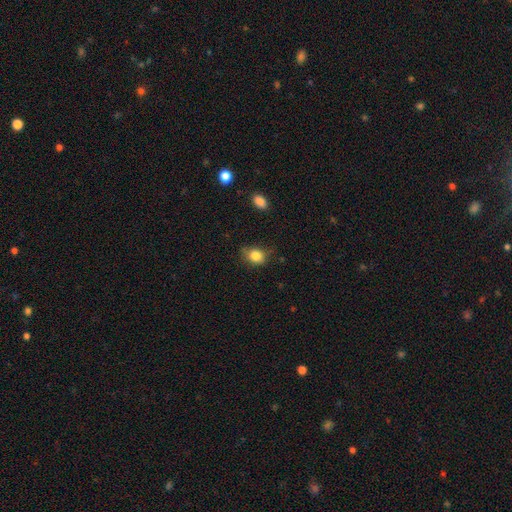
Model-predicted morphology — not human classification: Smooth or featured? smooth (84%)
How rounded? round (51%)
Merging? none (63%)